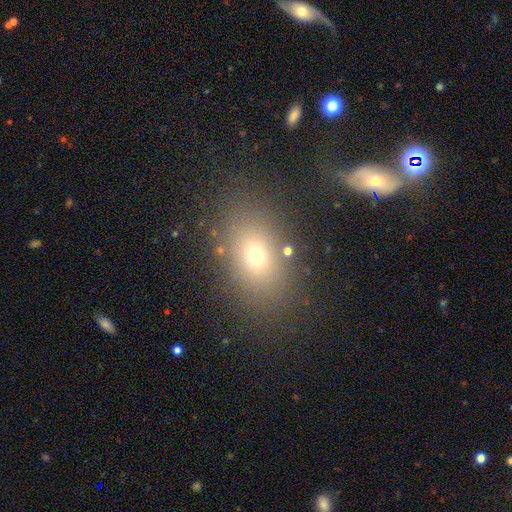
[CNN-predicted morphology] Smooth or featured?
  - smooth: 68% *
  - star or artifact: 16%
  - featured or disk: 15%
How rounded?
  - in between: 76% *
  - round: 22%
  - cigar-shaped: 2%
Merging?
  - none: 77% *
  - minor disturbance: 11%
  - merger: 6%
  - major disturbance: 5%